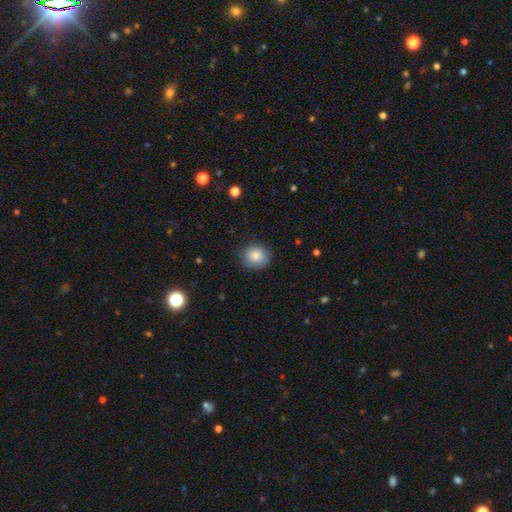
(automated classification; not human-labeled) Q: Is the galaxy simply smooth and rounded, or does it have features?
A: smooth — 85%.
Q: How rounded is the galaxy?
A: round — 83%.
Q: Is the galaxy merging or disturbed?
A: none — 83%.